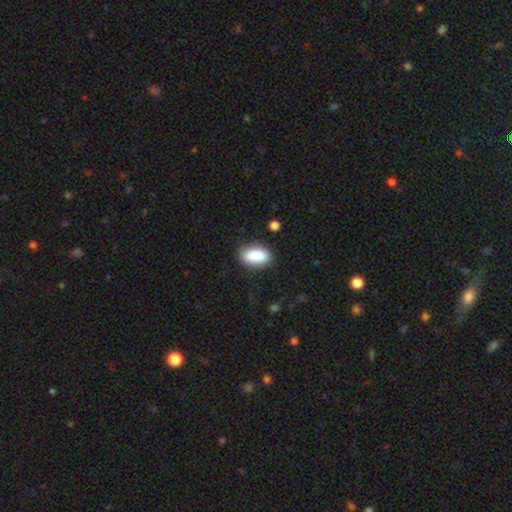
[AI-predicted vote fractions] Q: Smooth or featured?
A: smooth (88%); runner-up: star or artifact (7%)
Q: How rounded?
A: in between (91%); runner-up: round (5%)
Q: Merging?
A: none (83%); runner-up: minor disturbance (12%)